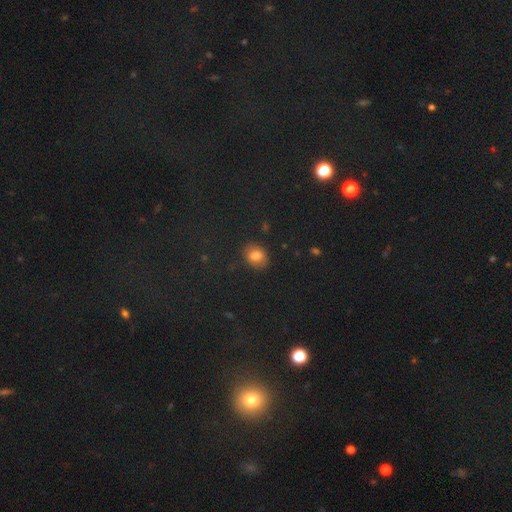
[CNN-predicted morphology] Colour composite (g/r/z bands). It shows a smooth galaxy with no disk features (79%) that is round (50%). Merging: none (85%).